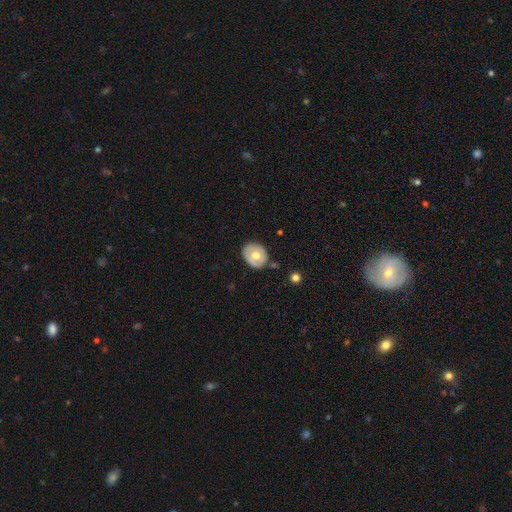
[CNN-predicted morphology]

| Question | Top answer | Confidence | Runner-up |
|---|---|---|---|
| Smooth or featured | smooth | 56% | featured or disk (37%) |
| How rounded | round | 55% | in between (44%) |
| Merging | none | 78% | minor disturbance (15%) |